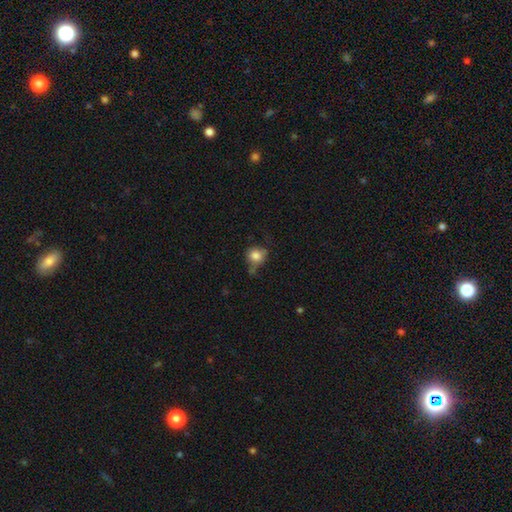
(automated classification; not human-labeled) Smooth or featured?
  - smooth: 80% *
  - featured or disk: 10%
  - star or artifact: 10%
How rounded?
  - round: 78% *
  - in between: 21%
  - cigar-shaped: 1%
Merging?
  - none: 52% *
  - minor disturbance: 29%
  - major disturbance: 10%
  - merger: 9%